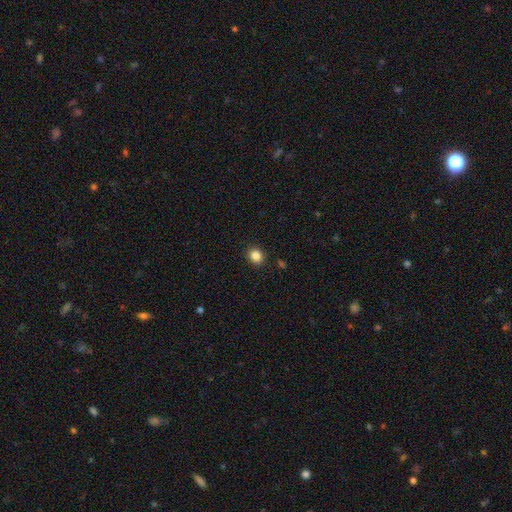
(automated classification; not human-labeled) A smooth galaxy with no disk features (85%) that is round (75%).

Vote fractions:
- Smooth or featured? smooth: 85% / star or artifact: 11% / featured or disk: 4%
- How rounded? round: 75% / in between: 25% / cigar-shaped: 1%
- Merging? none: 91% / minor disturbance: 6% / major disturbance: 2% / merger: 1%